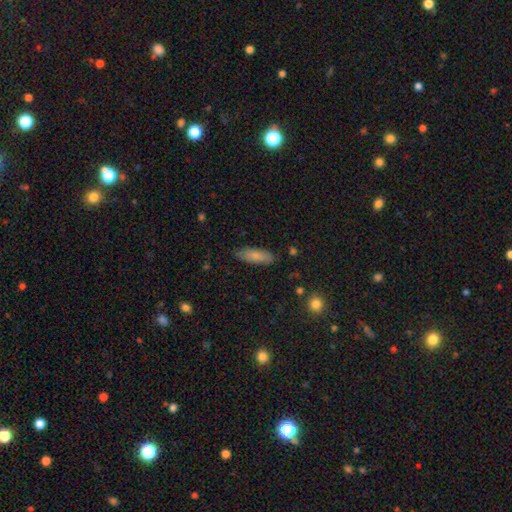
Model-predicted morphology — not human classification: Smooth or featured? Predicted: smooth (p=0.77). How rounded? Predicted: in between (p=0.57). Merging? Predicted: none (p=0.84).